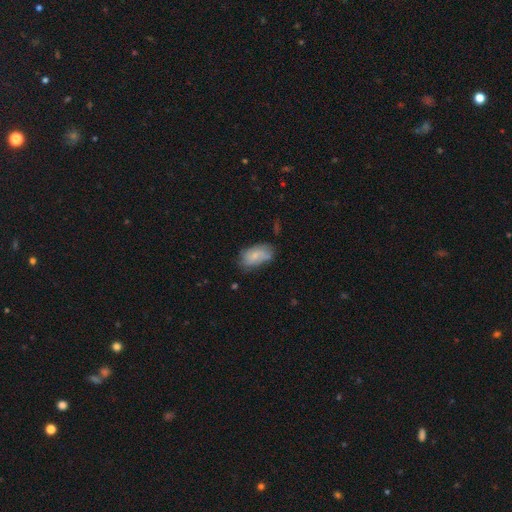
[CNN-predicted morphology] smooth 63%, featured or disk 30%, star or artifact 7%. Down the decision tree: how rounded — in between (92%); merging — none (55%).